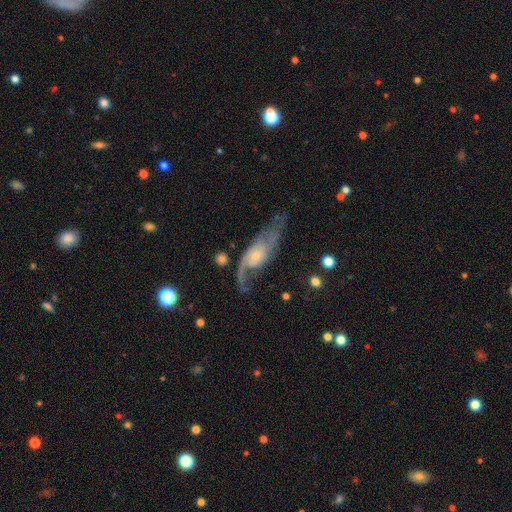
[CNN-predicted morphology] Smooth or featured?
  - featured or disk: 82% *
  - smooth: 12%
  - star or artifact: 6%
Edge-on disk?
  - no: 87% *
  - yes: 13%
Bar?
  - no: 71% *
  - weak: 23%
  - strong: 6%
Spiral arms?
  - yes: 91% *
  - no: 9%
Spiral winding?
  - loose: 53% *
  - medium: 34%
  - tight: 13%
Spiral arm count?
  - 2: 78% *
  - 1: 9%
  - can't tell: 8%
  - 3: 3%
  - 4: 1%
  - more than 4: 1%
Bulge size?
  - small: 63% *
  - moderate: 30%
  - large: 3%
  - none: 3%
  - dominant: 1%
Merging?
  - none: 51% *
  - major disturbance: 23%
  - minor disturbance: 22%
  - merger: 4%